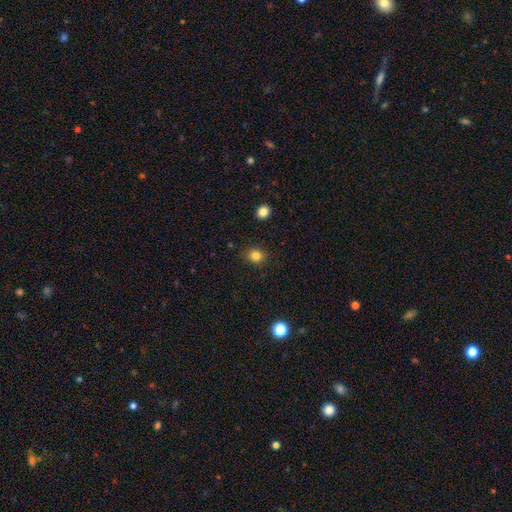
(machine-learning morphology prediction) smooth-or-featured: smooth: 83% | star or artifact: 12% | featured or disk: 5%
  how-rounded: round: 78% | in between: 21% | cigar-shaped: 1%
  merging: none: 88% | minor disturbance: 8% | major disturbance: 2% | merger: 2%